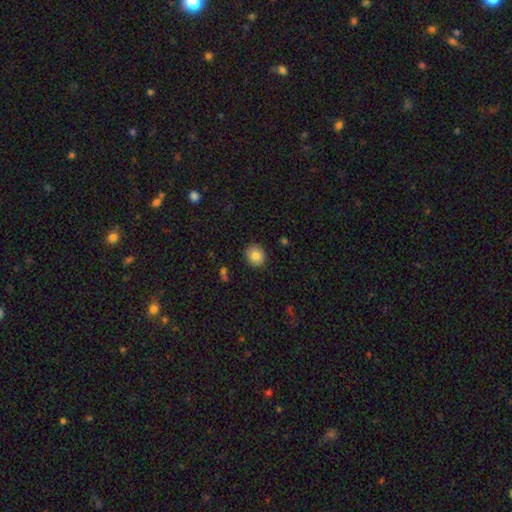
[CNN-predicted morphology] This is clearly a smooth galaxy (84%). How rounded: likely round (75%). Merging: clearly none (89%).